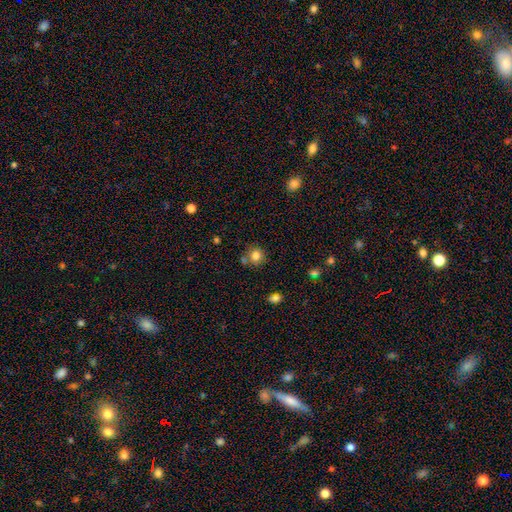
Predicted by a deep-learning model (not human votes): Overall: smooth (80%). How rounded: round (88%). Merging: none (70%).